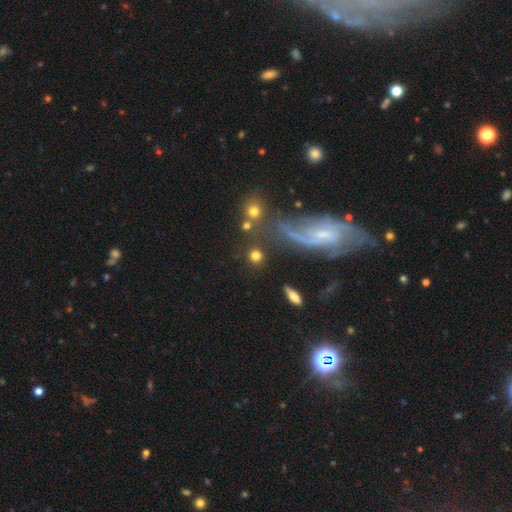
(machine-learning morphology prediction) This is likely a smooth galaxy (75%). How rounded: clearly round (90%). Merging: likely none (76%).